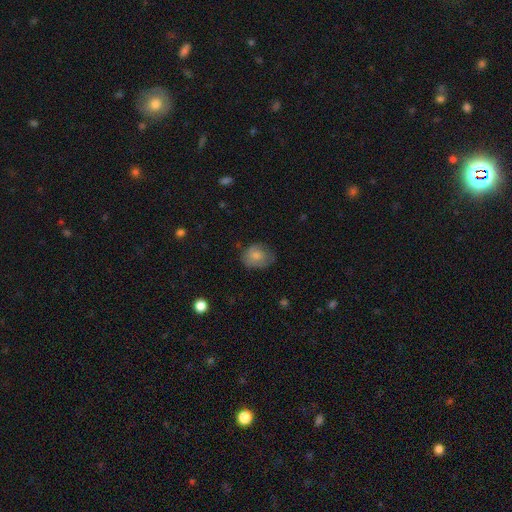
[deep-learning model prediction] Smooth or featured? Predicted: smooth (p=0.73). How rounded? Predicted: round (p=0.52). Merging? Predicted: none (p=0.55).